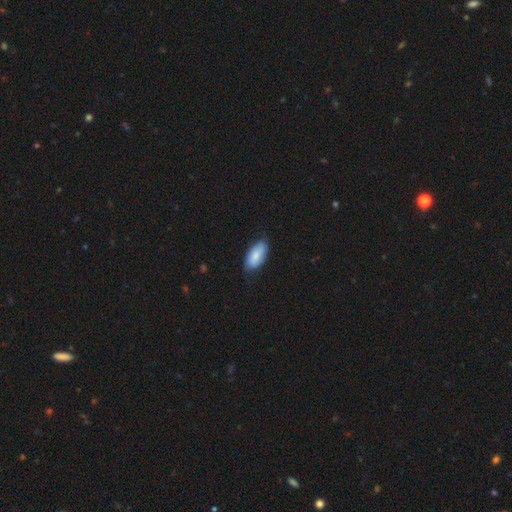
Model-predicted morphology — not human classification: Q: Smooth or featured?
A: smooth (84%); runner-up: featured or disk (11%)
Q: How rounded?
A: in between (91%); runner-up: cigar-shaped (7%)
Q: Merging?
A: none (76%); runner-up: minor disturbance (20%)